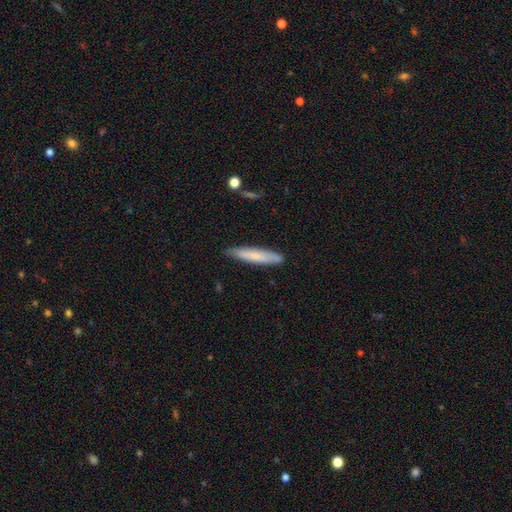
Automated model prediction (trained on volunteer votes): Smooth or featured? smooth (72%)
How rounded? cigar-shaped (92%)
Merging? none (84%)